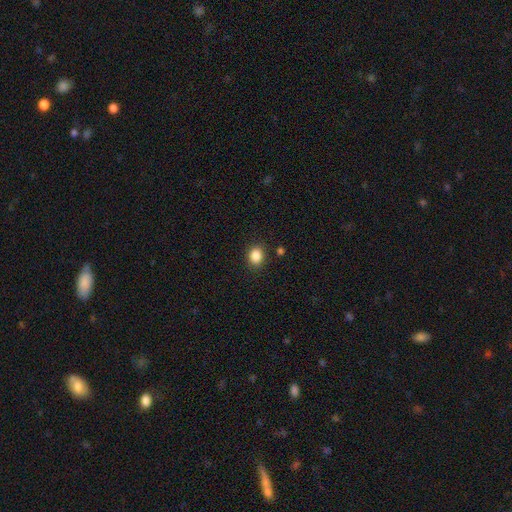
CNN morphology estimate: This is clearly a smooth galaxy (86%). How rounded: possibly round (58%). Merging: clearly none (86%).